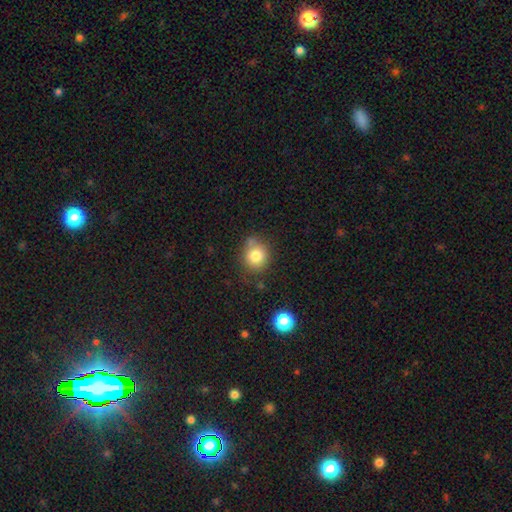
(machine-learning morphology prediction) Overall: smooth (80%). How rounded: round (78%). Merging: none (67%).